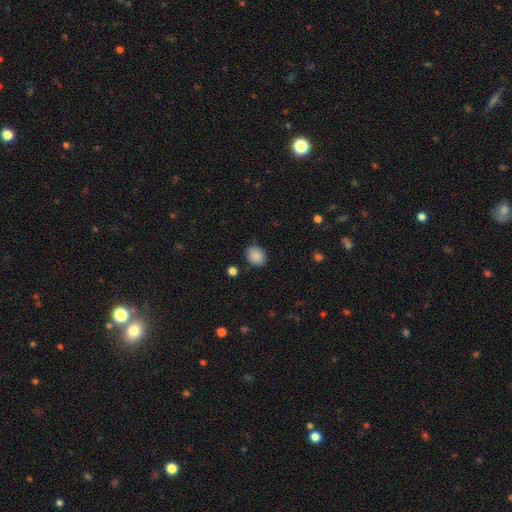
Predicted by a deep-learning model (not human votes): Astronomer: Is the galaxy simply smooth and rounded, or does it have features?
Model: smooth — 88%.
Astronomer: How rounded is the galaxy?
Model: in between — 51% (runner-up: round, 48%).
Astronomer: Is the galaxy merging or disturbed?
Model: none — 83%.